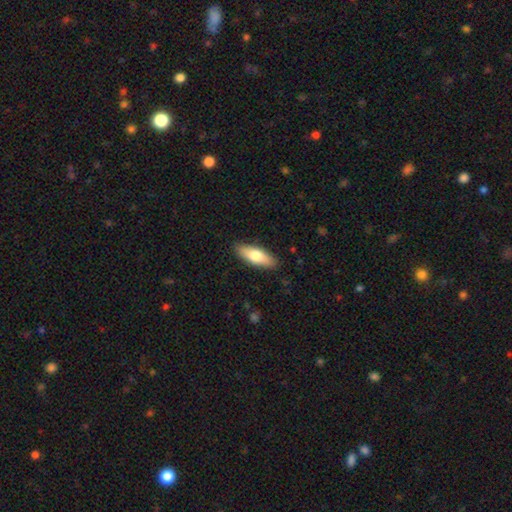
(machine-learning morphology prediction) A smooth galaxy with no disk features (71%) that is in between round and cigar-shaped (63%). Merging: none (88%).